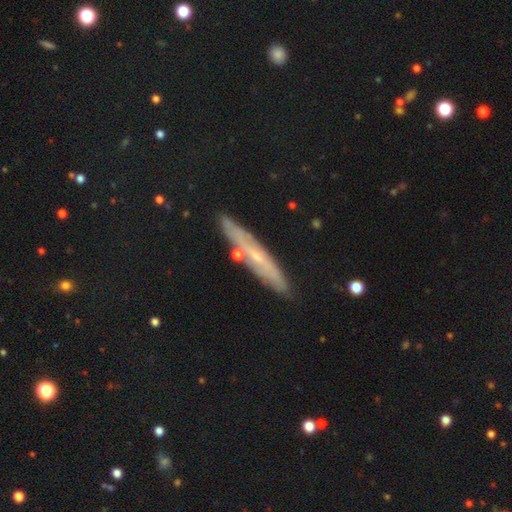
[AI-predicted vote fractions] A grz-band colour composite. It shows a featured or disk galaxy (53%) viewed edge-on (74%). Merging: none (85%).